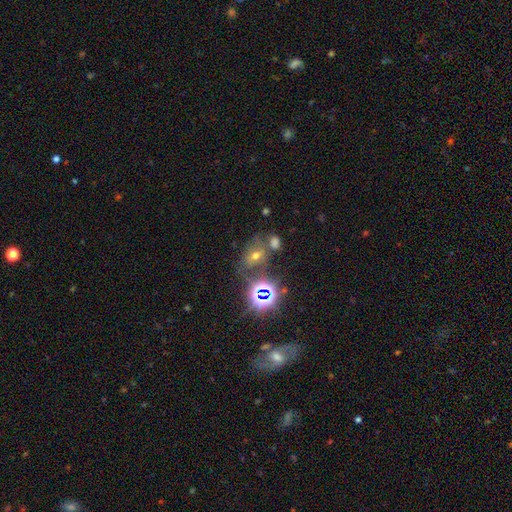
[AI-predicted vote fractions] Q: Smooth or featured?
A: smooth (41%); runner-up: star or artifact (40%)
Q: Merging?
A: none (56%); runner-up: merger (19%)